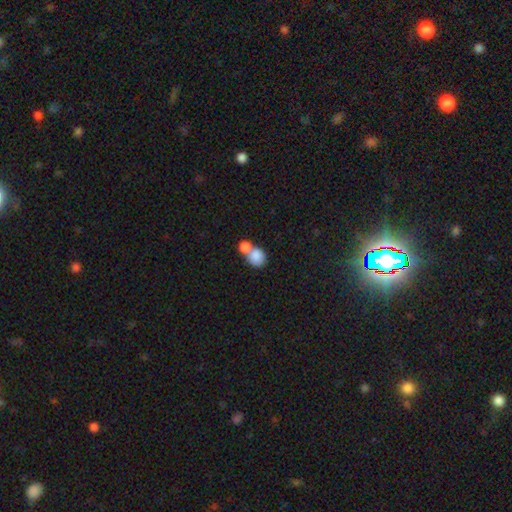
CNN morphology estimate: A smooth galaxy with no disk features (83%) that is round (70%).

Vote fractions:
- Smooth or featured? smooth: 83% / featured or disk: 9% / star or artifact: 8%
- How rounded? round: 70% / in between: 29% / cigar-shaped: 1%
- Merging? merger: 60% / none: 29% / minor disturbance: 7% / major disturbance: 4%